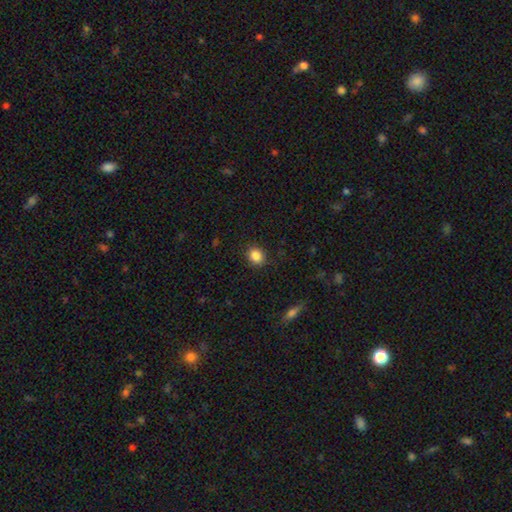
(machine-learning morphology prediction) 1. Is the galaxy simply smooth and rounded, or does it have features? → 86% smooth, 9% star or artifact, 4% featured or disk.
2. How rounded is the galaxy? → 65% round, 34% in between, 1% cigar-shaped.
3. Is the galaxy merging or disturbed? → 89% none, 8% minor disturbance, 2% major disturbance, 1% merger.